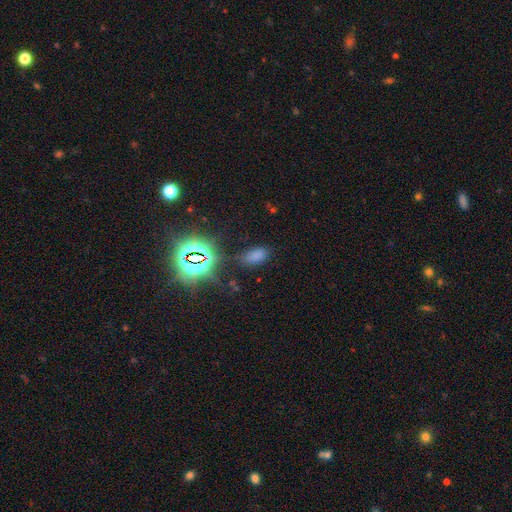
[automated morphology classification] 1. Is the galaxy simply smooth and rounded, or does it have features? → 65% smooth, 29% star or artifact, 6% featured or disk.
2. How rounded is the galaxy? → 91% in between, 5% round, 4% cigar-shaped.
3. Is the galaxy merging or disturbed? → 74% none, 16% minor disturbance, 7% major disturbance, 3% merger.